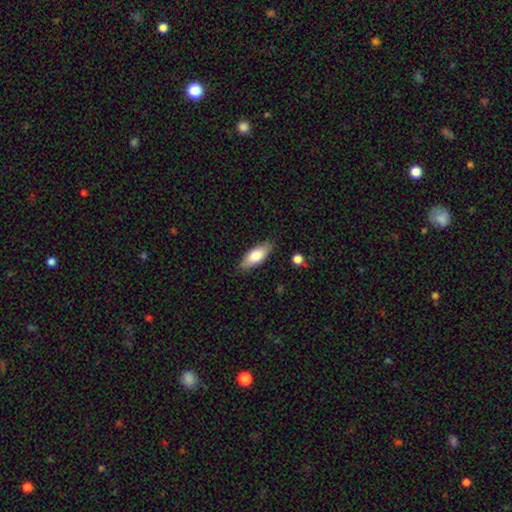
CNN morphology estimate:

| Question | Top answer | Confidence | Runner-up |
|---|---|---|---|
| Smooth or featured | smooth | 75% | featured or disk (18%) |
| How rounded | in between | 76% | cigar-shaped (22%) |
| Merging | none | 86% | minor disturbance (11%) |